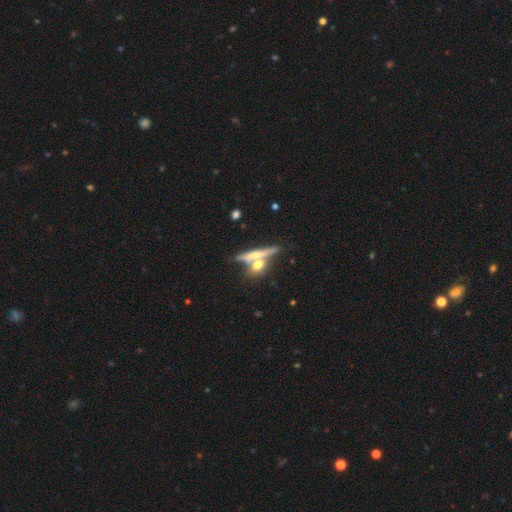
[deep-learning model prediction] Smooth or featured? Predicted: smooth (p=0.47). Merging? Predicted: none (p=0.47).